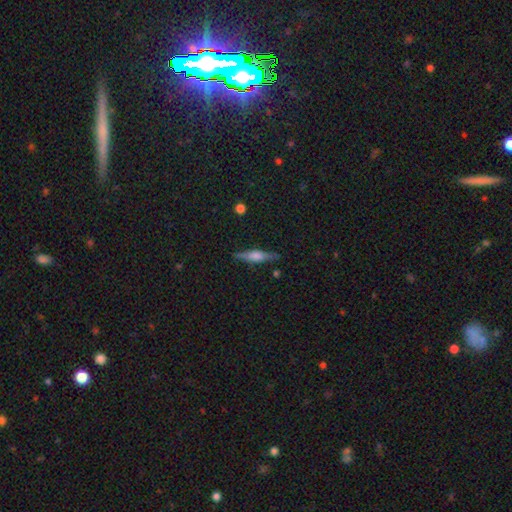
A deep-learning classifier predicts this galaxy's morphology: This appears to be a featured or disk galaxy (69%) viewed edge-on (97%) with a rounded central bulge (76%). Merging: none (89%).